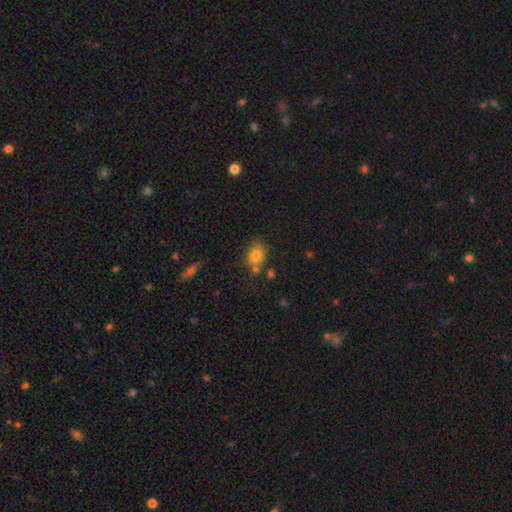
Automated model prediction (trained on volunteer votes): A smooth galaxy with no disk features (79%) that is in between round and cigar-shaped (51%).

Vote fractions:
- Smooth or featured? smooth: 79% / star or artifact: 11% / featured or disk: 10%
- How rounded? in between: 51% / round: 47% / cigar-shaped: 1%
- Merging? none: 66% / minor disturbance: 17% / merger: 12% / major disturbance: 5%